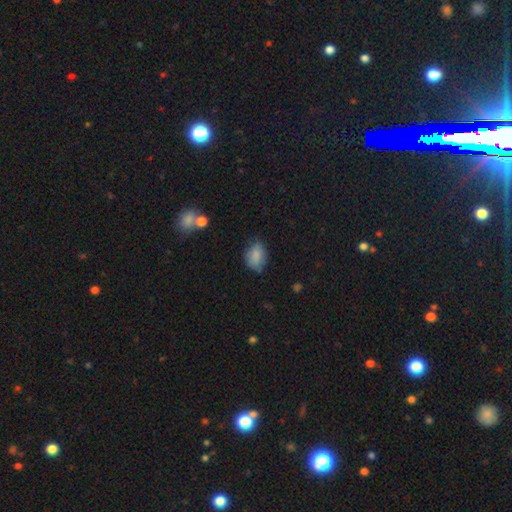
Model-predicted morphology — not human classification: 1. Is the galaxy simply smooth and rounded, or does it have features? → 82% smooth, 10% featured or disk, 8% star or artifact.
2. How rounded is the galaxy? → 72% in between, 27% round, 1% cigar-shaped.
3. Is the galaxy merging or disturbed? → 61% none, 30% minor disturbance, 7% major disturbance, 2% merger.